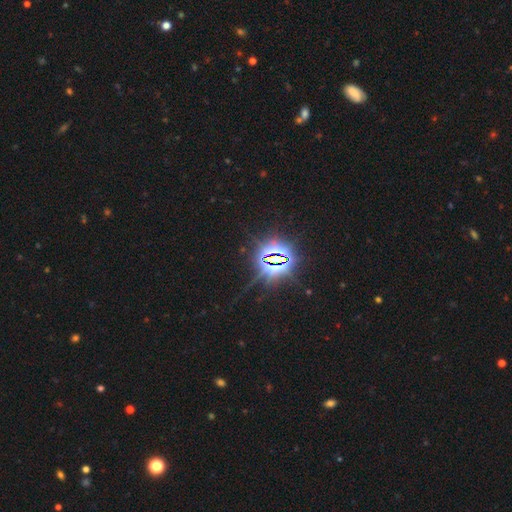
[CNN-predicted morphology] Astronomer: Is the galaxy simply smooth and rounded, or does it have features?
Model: star or artifact — 86%.